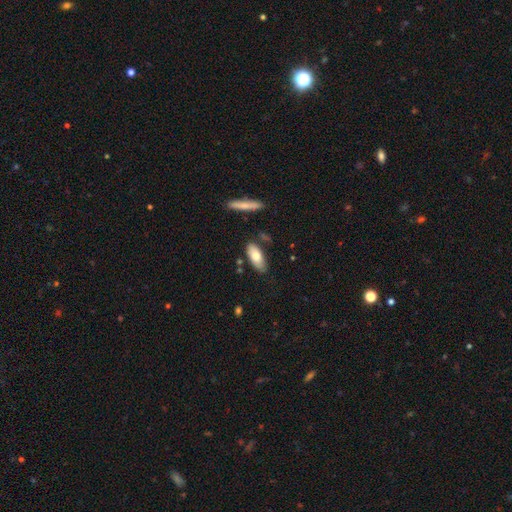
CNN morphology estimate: This is likely a smooth galaxy (72%). How rounded: clearly in between (81%). Merging: likely none (74%).